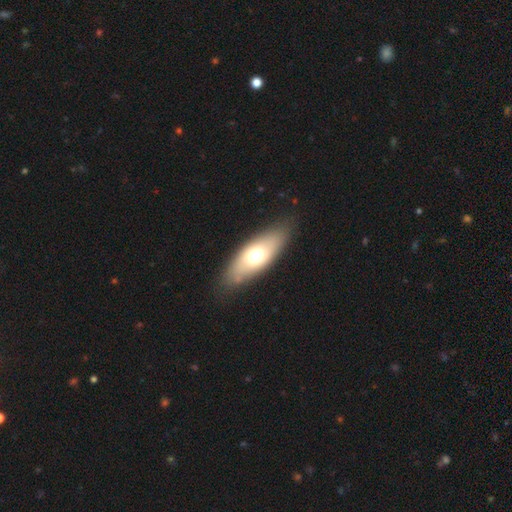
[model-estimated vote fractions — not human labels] Morphology: type=smooth (64%); roundness=in between (75%); merging=none (82%).